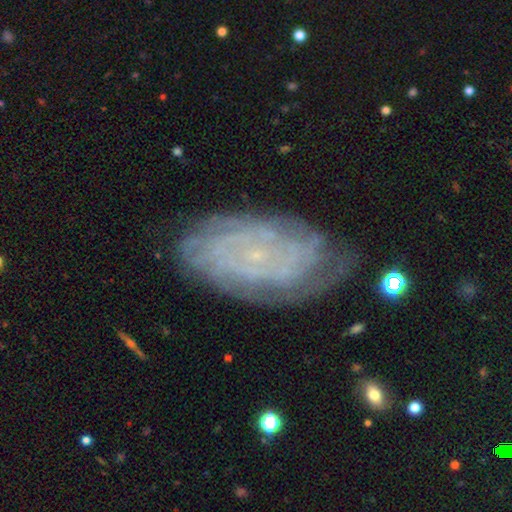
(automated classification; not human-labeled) Smooth or featured: featured or disk — 79% (smooth — 13%)
Edge-on disk: no — 95% (yes — 5%)
Bar: no — 77% (weak — 18%)
Spiral arms: yes — 93% (no — 7%)
Spiral winding: tight — 80% (medium — 15%)
Spiral arm count: can't tell — 43% (4 — 13%)
Bulge size: small — 87% (none — 6%)
Merging: none — 74% (minor disturbance — 19%)